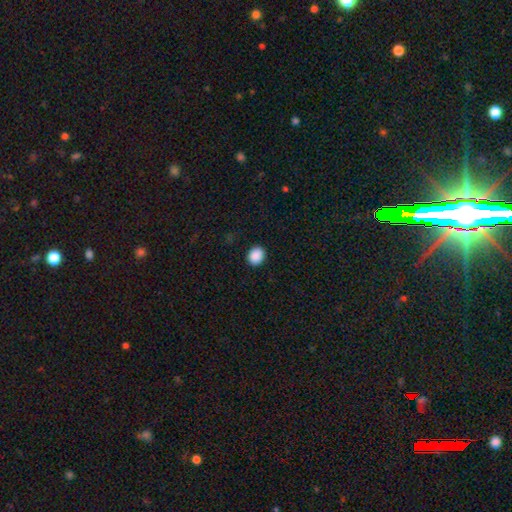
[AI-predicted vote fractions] Overall: smooth (89%). How rounded: round (61%; in between 38%). Merging: none (91%).